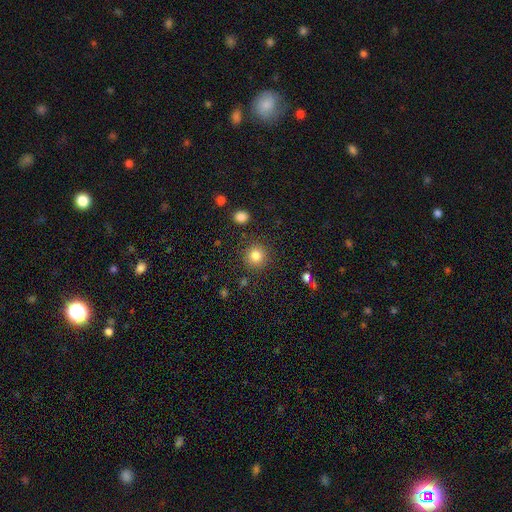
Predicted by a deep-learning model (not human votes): A smooth galaxy with no disk features (83%) that is round (94%).

Vote fractions:
- Smooth or featured? smooth: 83% / star or artifact: 11% / featured or disk: 6%
- How rounded? round: 94% / in between: 5% / cigar-shaped: 1%
- Merging? none: 88% / minor disturbance: 7% / major disturbance: 3% / merger: 2%